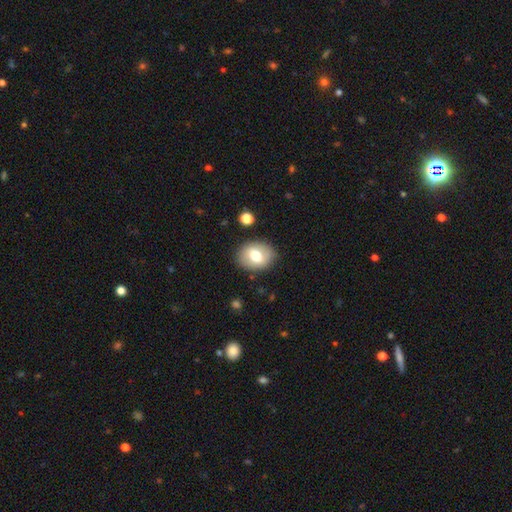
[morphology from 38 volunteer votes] A smooth galaxy with no disk features (66%) that is in between round and cigar-shaped (56%).

Vote fractions:
- Smooth or featured? smooth: 66% / featured or disk: 26% / star or artifact: 8%
- How rounded? in between: 56% / round: 44% / cigar-shaped: 0%
- Merging? none: 91% / minor disturbance: 9% / major disturbance: 0% / merger: 0%